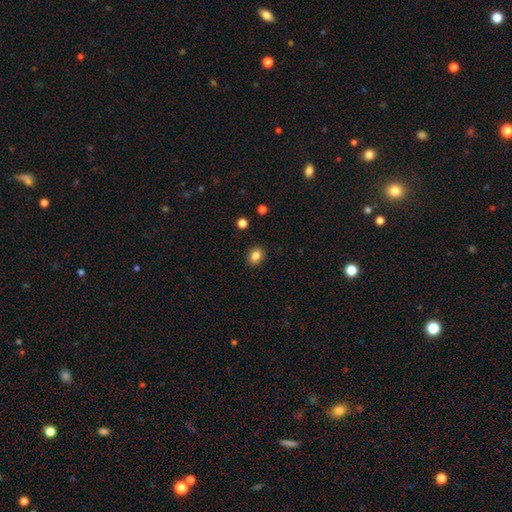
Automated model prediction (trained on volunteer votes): A smooth galaxy with no disk features (84%) that is round (54%).

Vote fractions:
- Smooth or featured? smooth: 84% / star or artifact: 11% / featured or disk: 6%
- How rounded? round: 54% / in between: 45% / cigar-shaped: 1%
- Merging? none: 90% / minor disturbance: 7% / major disturbance: 2% / merger: 1%